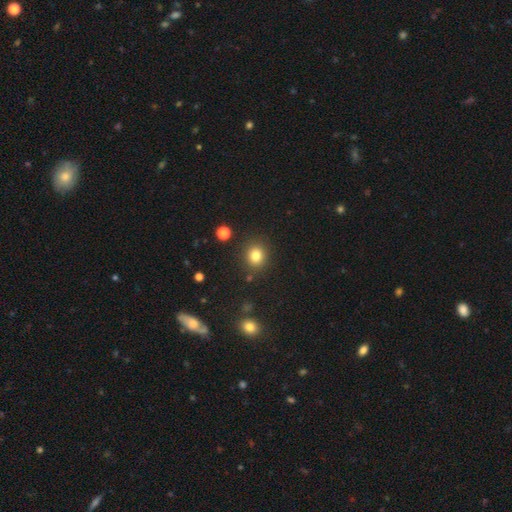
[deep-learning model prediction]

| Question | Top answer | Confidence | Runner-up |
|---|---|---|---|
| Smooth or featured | smooth | 81% | star or artifact (13%) |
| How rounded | round | 81% | in between (18%) |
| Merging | none | 87% | minor disturbance (7%) |